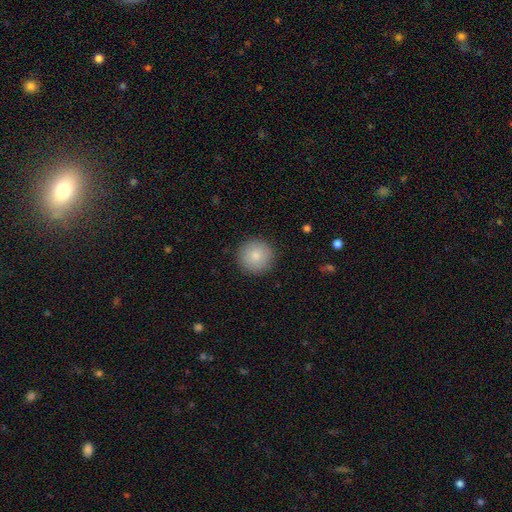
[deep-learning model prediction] A smooth galaxy with no disk features (84%) that is round (96%).

Vote fractions:
- Smooth or featured? smooth: 84% / featured or disk: 8% / star or artifact: 8%
- How rounded? round: 96% / in between: 3% / cigar-shaped: 1%
- Merging? none: 91% / minor disturbance: 6% / major disturbance: 2% / merger: 1%